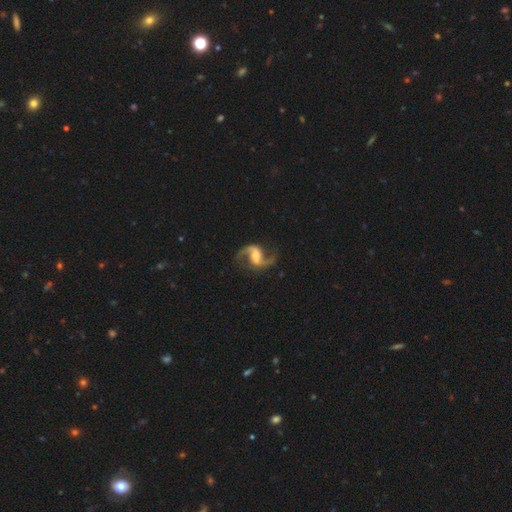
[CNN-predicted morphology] Smooth or featured? Predicted: featured or disk (p=0.92). Edge-on disk? Predicted: no (p=0.98). Bar? Predicted: weak (p=0.46). Spiral arms? Predicted: yes (p=0.98). Spiral winding? Predicted: loose (p=0.64). Spiral arm count? Predicted: 2 (p=0.94). Bulge size? Predicted: moderate (p=0.44). Merging? Predicted: none (p=0.81).